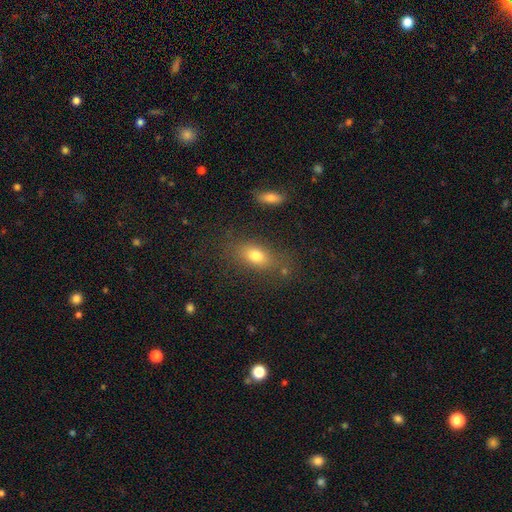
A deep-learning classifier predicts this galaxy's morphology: This is likely a smooth galaxy (75%). How rounded: likely in between (76%). Merging: likely none (73%).